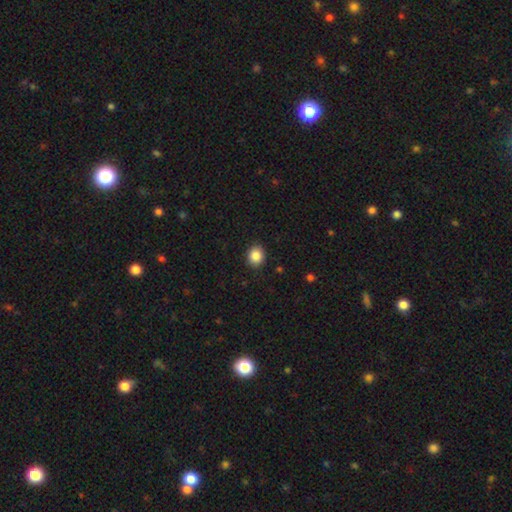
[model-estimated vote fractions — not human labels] This appears to be a smooth galaxy with no disk features (86%) that is round (69%). Merging: none (90%).